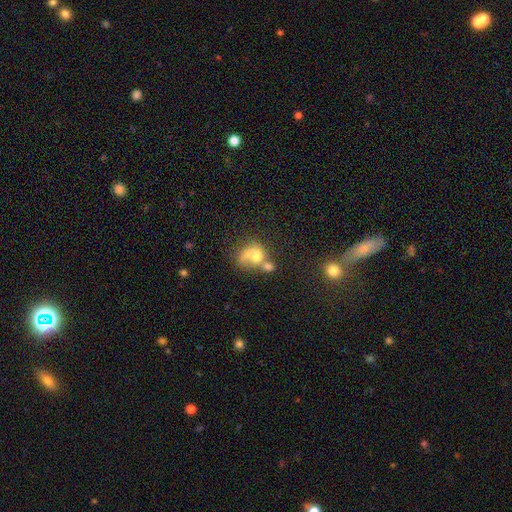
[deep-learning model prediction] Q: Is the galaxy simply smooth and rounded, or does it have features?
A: smooth — 60%.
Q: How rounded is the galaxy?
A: round — 57%.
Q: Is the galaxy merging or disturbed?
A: merger — 61%.